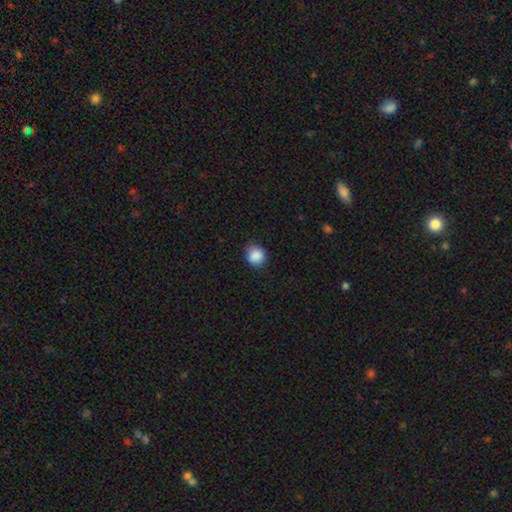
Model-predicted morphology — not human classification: Smooth or featured? Predicted: smooth (p=0.88). How rounded? Predicted: round (p=0.81). Merging? Predicted: none (p=0.82).